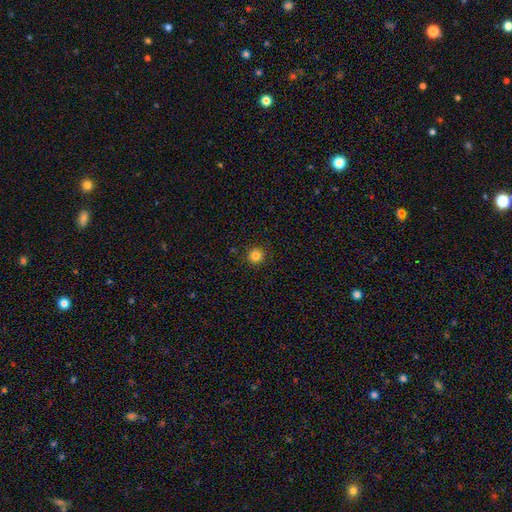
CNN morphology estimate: smooth 83%, star or artifact 12%, featured or disk 5%. Down the decision tree: how rounded — round (94%); merging — none (91%).